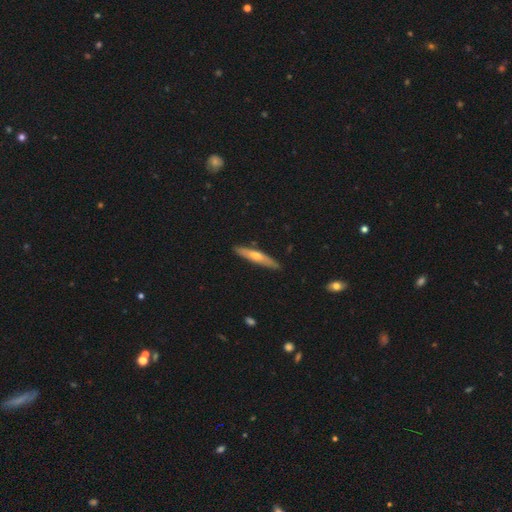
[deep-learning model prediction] Q: Smooth or featured?
A: featured or disk (50%); runner-up: smooth (44%)
Q: Edge-on disk?
A: yes (91%); runner-up: no (9%)
Q: Merging?
A: none (88%); runner-up: minor disturbance (9%)